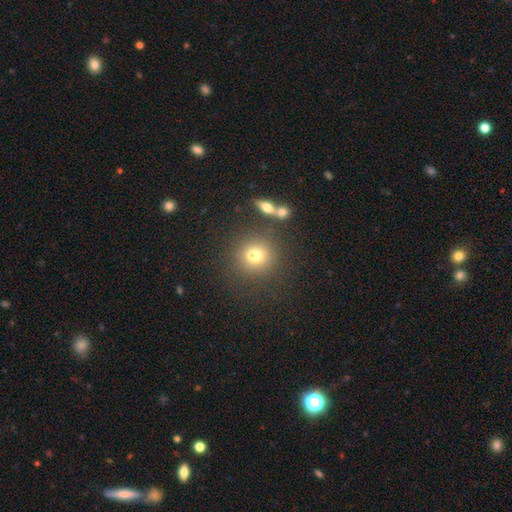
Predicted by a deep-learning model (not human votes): Q: Smooth or featured?
A: smooth (72%); runner-up: star or artifact (16%)
Q: How rounded?
A: round (88%); runner-up: in between (11%)
Q: Merging?
A: none (78%); runner-up: minor disturbance (9%)